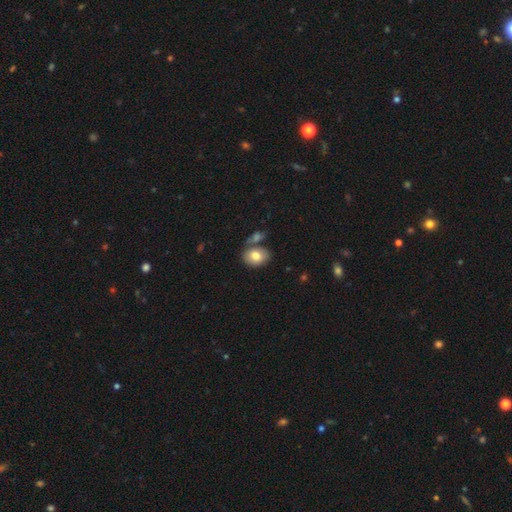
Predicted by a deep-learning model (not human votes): Smooth or featured?
  - smooth: 78% *
  - featured or disk: 14%
  - star or artifact: 8%
How rounded?
  - in between: 70% *
  - round: 29%
  - cigar-shaped: 1%
Merging?
  - none: 62% *
  - merger: 21%
  - minor disturbance: 13%
  - major disturbance: 4%